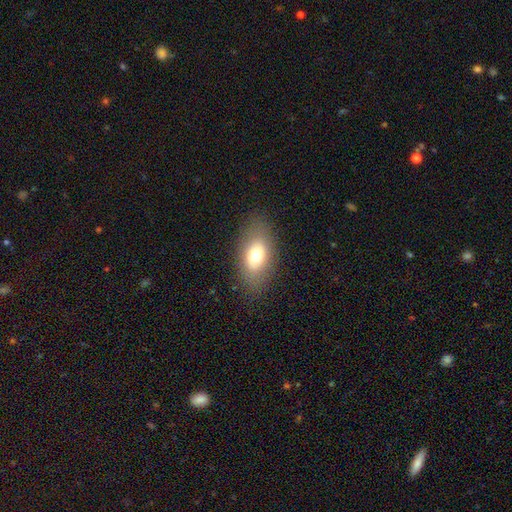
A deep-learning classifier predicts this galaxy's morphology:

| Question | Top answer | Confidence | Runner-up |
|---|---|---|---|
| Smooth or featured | smooth | 69% | featured or disk (21%) |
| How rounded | in between | 87% | round (10%) |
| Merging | none | 83% | minor disturbance (11%) |